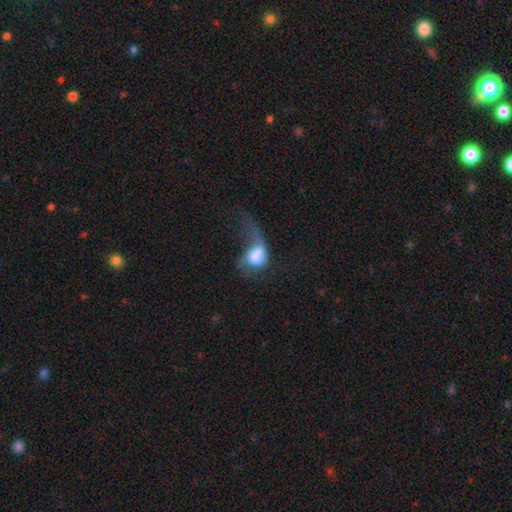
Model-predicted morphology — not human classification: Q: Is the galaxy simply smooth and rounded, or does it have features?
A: smooth — 55%.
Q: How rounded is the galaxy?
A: in between — 58%.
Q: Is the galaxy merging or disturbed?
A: major disturbance — 65%.